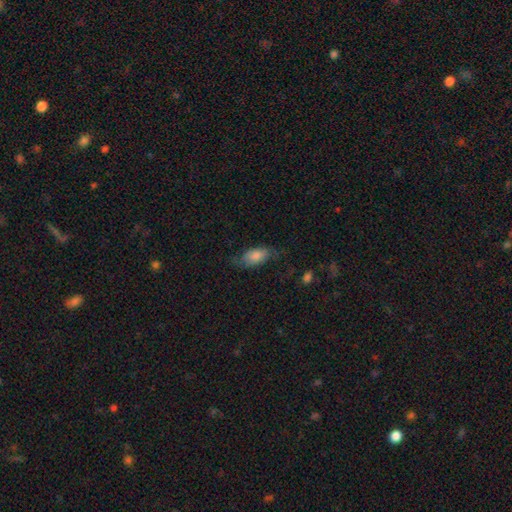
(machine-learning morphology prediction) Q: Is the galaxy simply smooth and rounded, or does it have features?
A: smooth — 68%.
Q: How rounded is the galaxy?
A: in between — 87%.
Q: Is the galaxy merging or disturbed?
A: none — 61%.